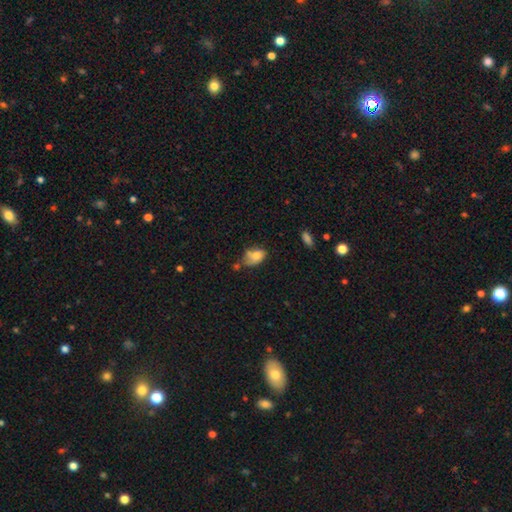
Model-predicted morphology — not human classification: A smooth galaxy with no disk features (75%) that is in between round and cigar-shaped (86%).

Vote fractions:
- Smooth or featured? smooth: 75% / featured or disk: 16% / star or artifact: 9%
- How rounded? in between: 86% / round: 12% / cigar-shaped: 2%
- Merging? none: 39% / minor disturbance: 33% / merger: 15% / major disturbance: 12%